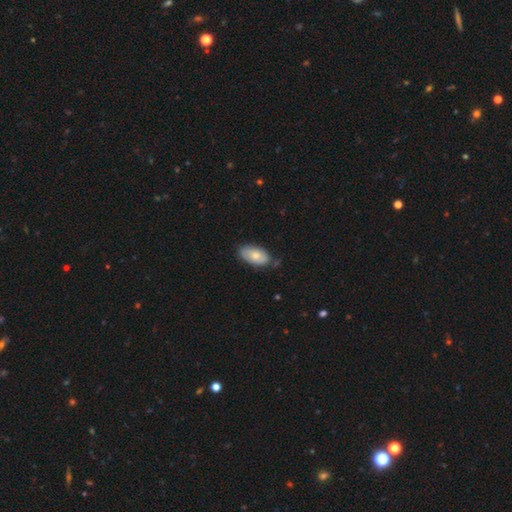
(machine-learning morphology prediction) Smooth or featured? smooth (69%)
How rounded? in between (94%)
Merging? none (68%)